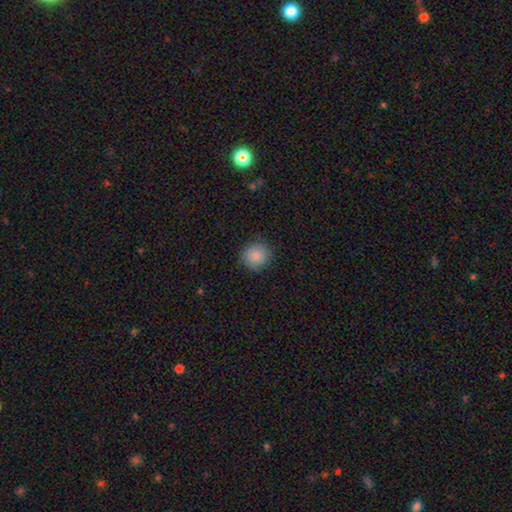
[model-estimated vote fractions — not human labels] smooth 86%, star or artifact 9%, featured or disk 5%. Down the decision tree: how rounded — round (91%); merging — none (85%).